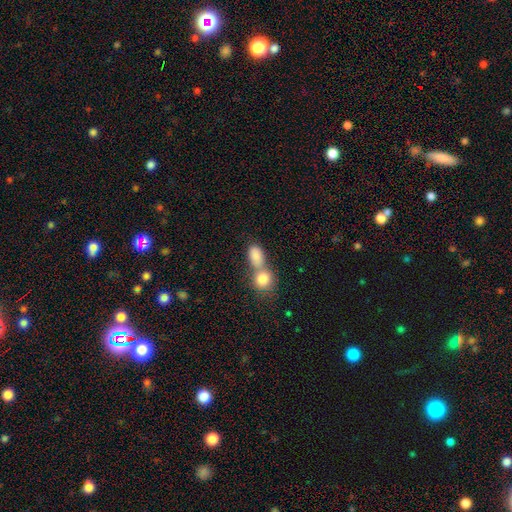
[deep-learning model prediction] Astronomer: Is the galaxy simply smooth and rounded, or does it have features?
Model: smooth — 84%.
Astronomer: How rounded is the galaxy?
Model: in between — 73%.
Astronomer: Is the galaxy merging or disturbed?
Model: merger — 59%.